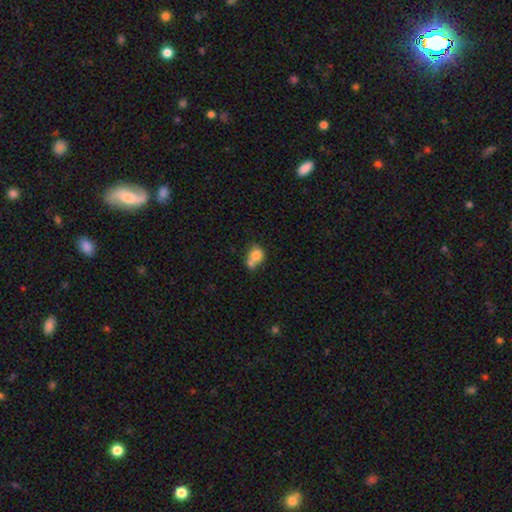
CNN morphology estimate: Smooth or featured? Predicted: smooth (p=0.76). How rounded? Predicted: round (p=0.57). Merging? Predicted: merger (p=0.54).